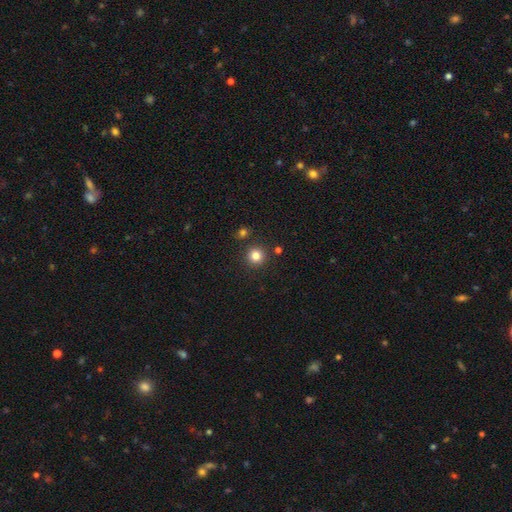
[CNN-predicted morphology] This appears to be a smooth galaxy with no disk features (83%) that is round (94%). Merging: none (88%).